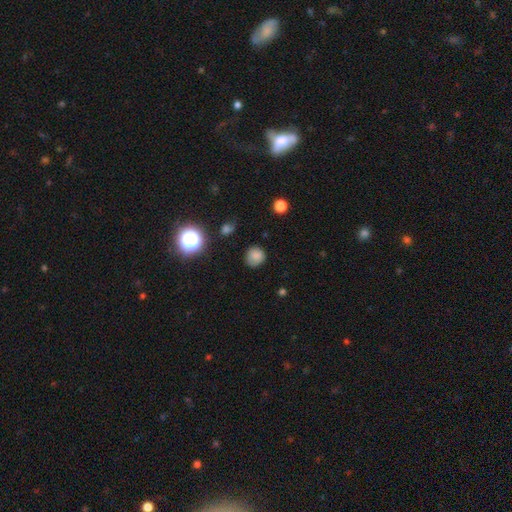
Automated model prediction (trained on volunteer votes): Q: Smooth or featured?
A: smooth (79%); runner-up: star or artifact (14%)
Q: How rounded?
A: round (84%); runner-up: in between (15%)
Q: Merging?
A: none (75%); runner-up: minor disturbance (18%)